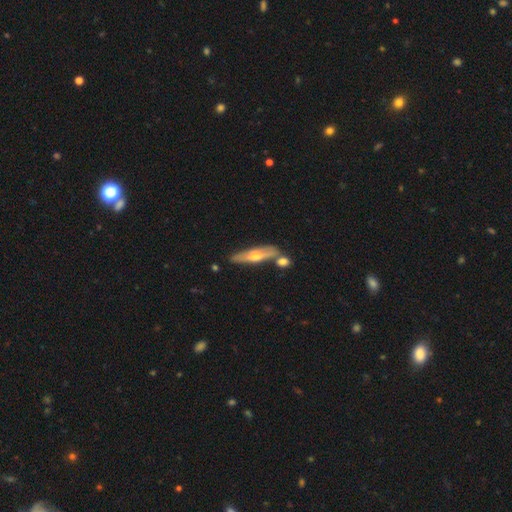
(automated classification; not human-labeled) This is possibly a featured or disk galaxy (59%). It is clearly viewed edge-on (86%). Edge-on bulge: clearly rounded (91%). Merging: likely none (72%).